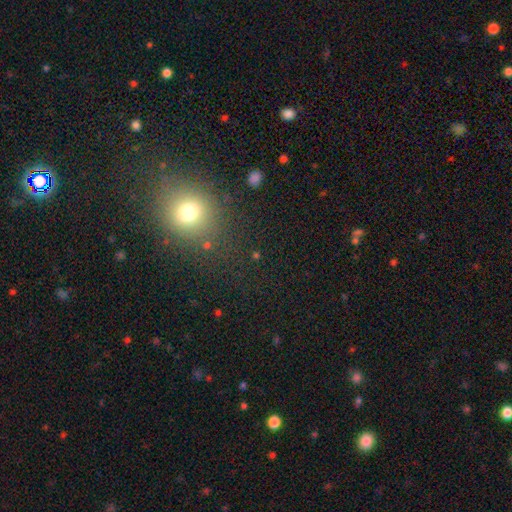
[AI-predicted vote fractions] Smooth or featured: smooth — 56% (star or artifact — 34%)
How rounded: round — 78% (in between — 20%)
Merging: none — 80% (minor disturbance — 10%)